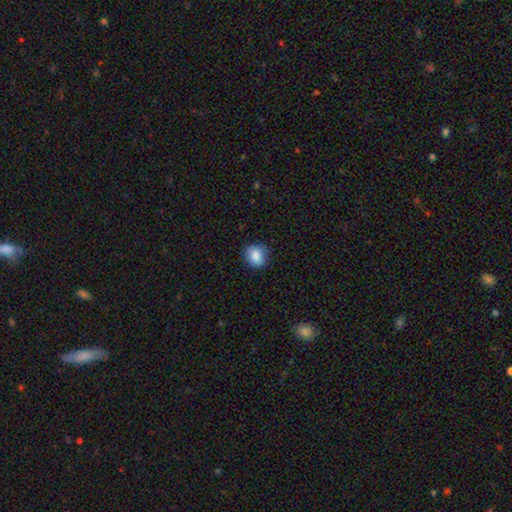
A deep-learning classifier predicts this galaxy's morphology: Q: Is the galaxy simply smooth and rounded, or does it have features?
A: smooth — 86%.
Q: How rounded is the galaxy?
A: round — 61%.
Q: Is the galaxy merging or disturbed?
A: none — 83%.